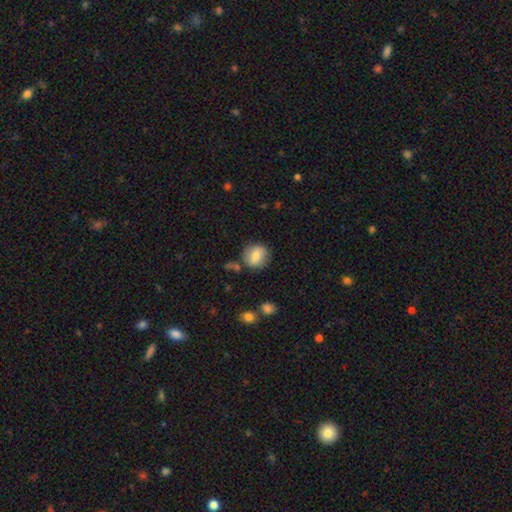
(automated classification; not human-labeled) Smooth or featured?
  - smooth: 73% *
  - featured or disk: 19%
  - star or artifact: 8%
How rounded?
  - round: 79% *
  - in between: 20%
  - cigar-shaped: 1%
Merging?
  - none: 78% *
  - minor disturbance: 13%
  - merger: 5%
  - major disturbance: 4%